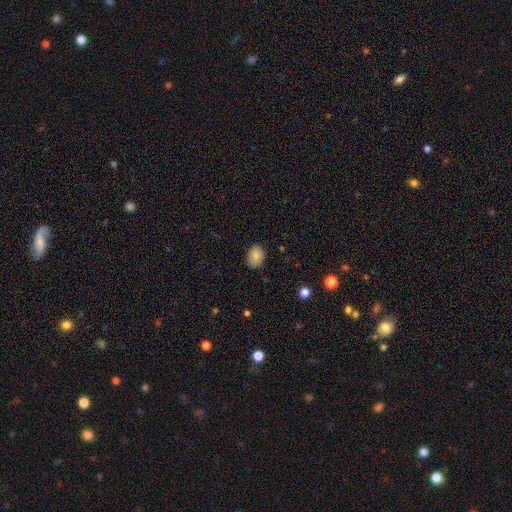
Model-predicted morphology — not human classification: A smooth galaxy with no disk features (85%) that is in between round and cigar-shaped (77%).

Vote fractions:
- Smooth or featured? smooth: 85% / star or artifact: 8% / featured or disk: 7%
- How rounded? in between: 77% / round: 22% / cigar-shaped: 1%
- Merging? none: 84% / minor disturbance: 12% / major disturbance: 2% / merger: 1%